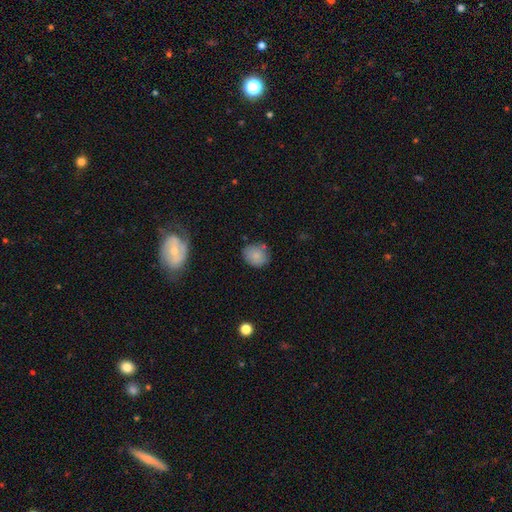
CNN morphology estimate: This is clearly a smooth galaxy (83%). How rounded: likely round (69%). Merging: likely none (75%).